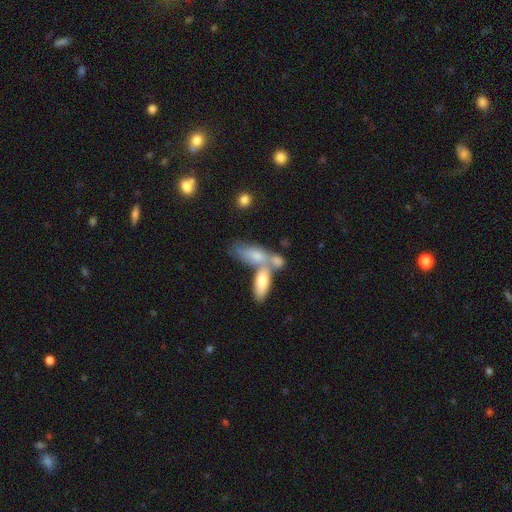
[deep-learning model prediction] Smooth or featured: smooth — 66% (featured or disk — 27%)
How rounded: in between — 73% (cigar-shaped — 23%)
Merging: merger — 58% (none — 25%)